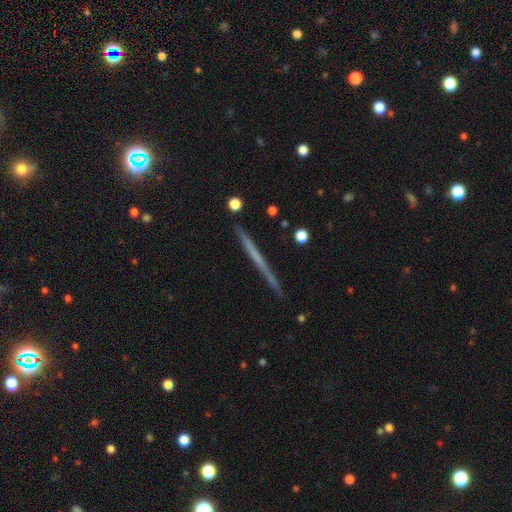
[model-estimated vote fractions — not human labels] smooth-or-featured: featured or disk: 55% | smooth: 38% | star or artifact: 7%
  disk-edge-on: yes: 97% | no: 3%
    edge-on-bulge: none: 91% | rounded: 6% | boxy: 3%
  merging: none: 90% | minor disturbance: 7% | major disturbance: 1% | merger: 1%